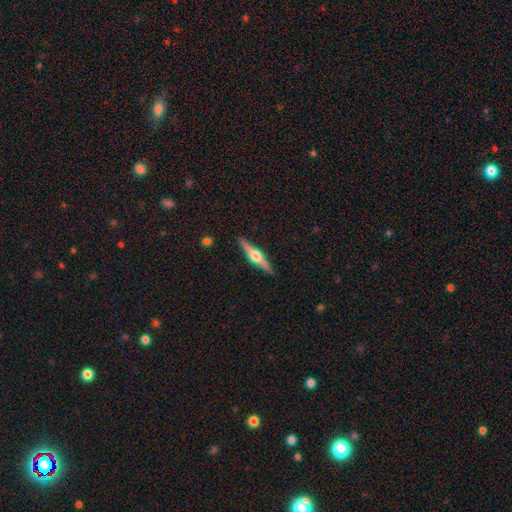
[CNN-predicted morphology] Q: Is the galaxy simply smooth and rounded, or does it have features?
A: featured or disk — 74%.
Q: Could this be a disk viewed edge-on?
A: yes — 98%.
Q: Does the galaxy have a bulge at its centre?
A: rounded — 94%.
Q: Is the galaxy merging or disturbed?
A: none — 90%.